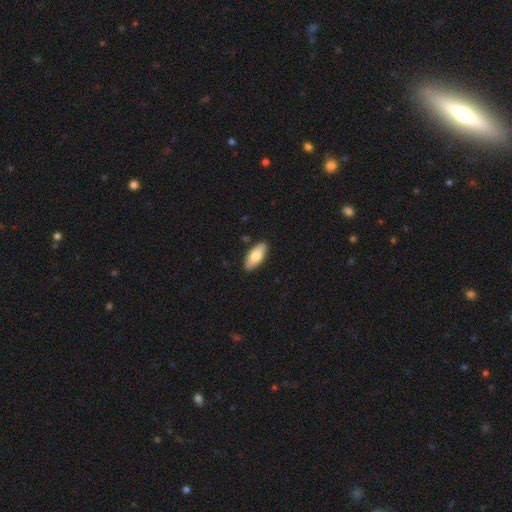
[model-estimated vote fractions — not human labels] The model was most divided on "smooth or featured": smooth: 74%, featured or disk: 21%, star or artifact: 5%. More confident: merging — none (89%); how rounded — in between (82%).